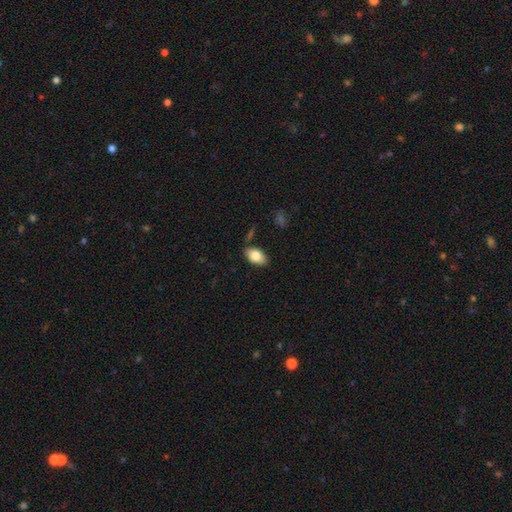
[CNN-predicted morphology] The model was most divided on "smooth or featured": smooth: 81%, featured or disk: 12%, star or artifact: 7%. More confident: how rounded — in between (93%); merging — none (82%).